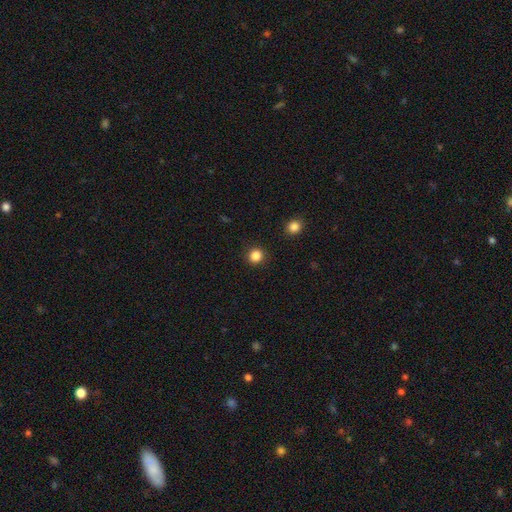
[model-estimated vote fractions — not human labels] The model was most divided on "smooth or featured": smooth: 85%, star or artifact: 12%, featured or disk: 3%. More confident: how rounded — round (91%); merging — none (91%).